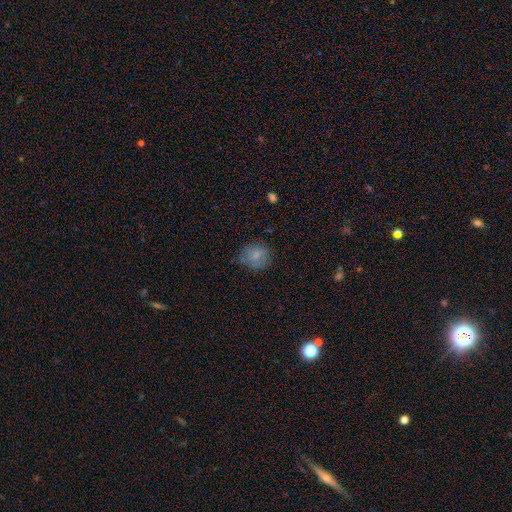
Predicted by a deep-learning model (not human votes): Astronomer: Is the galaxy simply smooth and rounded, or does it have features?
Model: smooth — 73%.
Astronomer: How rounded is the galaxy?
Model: round — 70%.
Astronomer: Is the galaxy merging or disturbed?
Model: none — 69%.